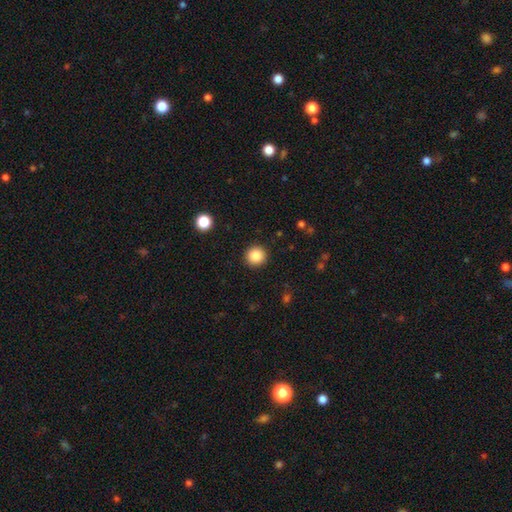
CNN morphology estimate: A smooth galaxy with no disk features (86%) that is round (95%).

Vote fractions:
- Smooth or featured? smooth: 86% / star or artifact: 10% / featured or disk: 4%
- How rounded? round: 95% / in between: 4% / cigar-shaped: 1%
- Merging? none: 92% / minor disturbance: 5% / major disturbance: 2% / merger: 1%